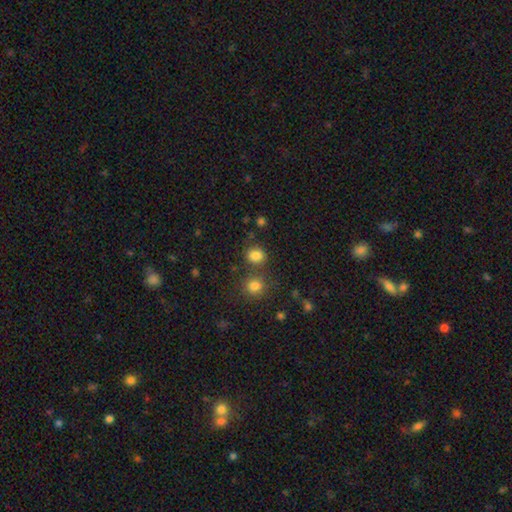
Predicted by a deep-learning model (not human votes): Smooth or featured? smooth (82%)
How rounded? round (71%)
Merging? none (73%)